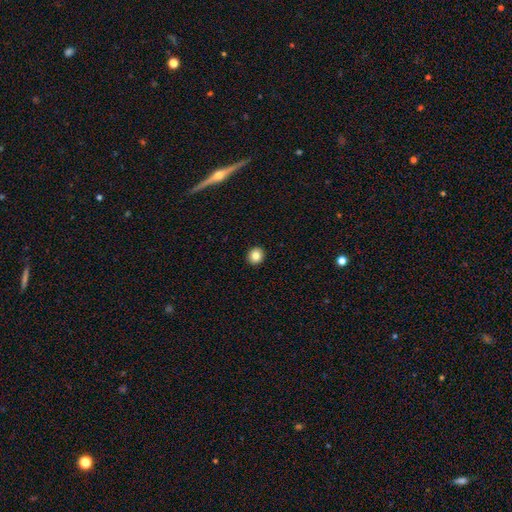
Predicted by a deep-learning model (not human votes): Q: Smooth or featured?
A: smooth (83%); runner-up: star or artifact (10%)
Q: How rounded?
A: round (85%); runner-up: in between (14%)
Q: Merging?
A: none (93%); runner-up: minor disturbance (5%)